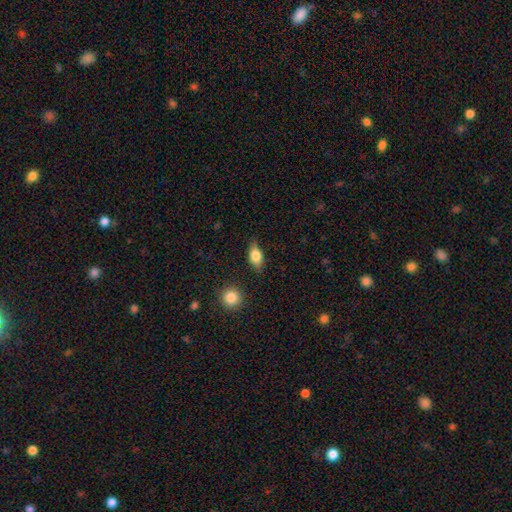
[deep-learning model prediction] smooth-or-featured: smooth: 77% | featured or disk: 16% | star or artifact: 7%
  how-rounded: in between: 83% | cigar-shaped: 9% | round: 9%
  merging: none: 79% | minor disturbance: 15% | major disturbance: 3% | merger: 2%